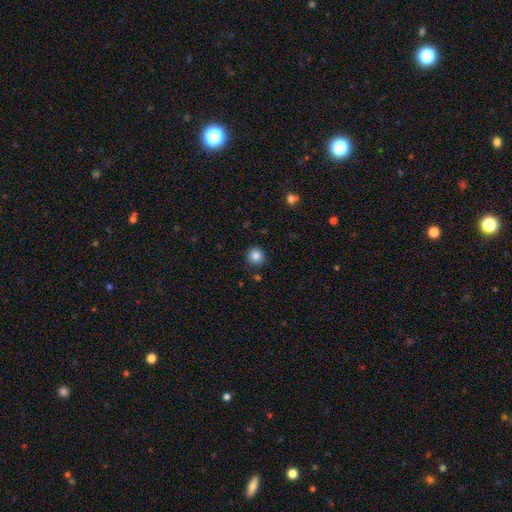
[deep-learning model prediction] Q: Smooth or featured?
A: smooth (85%); runner-up: star or artifact (11%)
Q: How rounded?
A: round (94%); runner-up: in between (5%)
Q: Merging?
A: none (89%); runner-up: minor disturbance (7%)